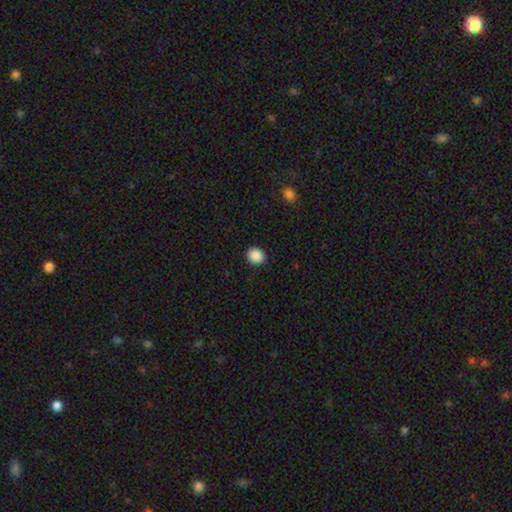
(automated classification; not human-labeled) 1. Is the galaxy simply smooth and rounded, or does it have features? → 89% smooth, 9% star or artifact, 2% featured or disk.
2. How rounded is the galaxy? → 82% round, 17% in between, 1% cigar-shaped.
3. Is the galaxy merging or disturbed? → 92% none, 5% minor disturbance, 2% major disturbance, 1% merger.